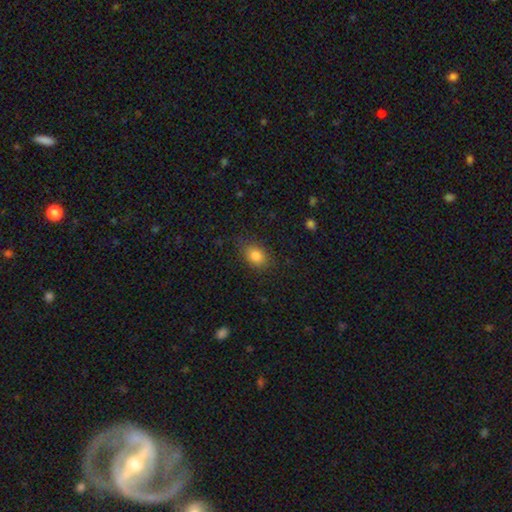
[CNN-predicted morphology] A smooth galaxy with no disk features (84%) that is in between round and cigar-shaped (72%).

Vote fractions:
- Smooth or featured? smooth: 84% / star or artifact: 9% / featured or disk: 7%
- How rounded? in between: 72% / round: 26% / cigar-shaped: 2%
- Merging? none: 77% / minor disturbance: 17% / major disturbance: 5% / merger: 1%